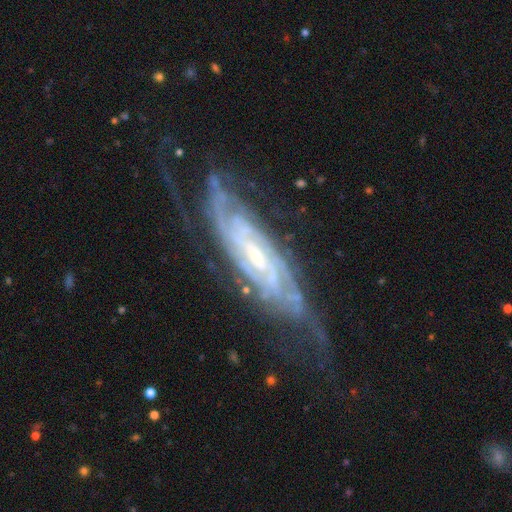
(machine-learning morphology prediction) type=featured or disk (90%); edge-on=no (85%); bar=weak (40%); spiral arms=yes (97%); winding=tight (70%); arm count=can't tell (29%); bulge=small (65%); merging=none (68%).